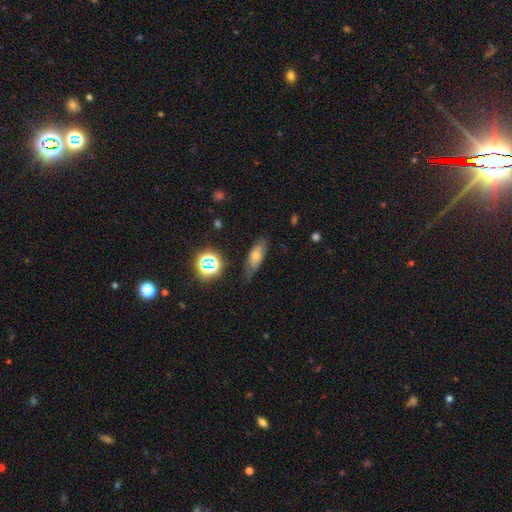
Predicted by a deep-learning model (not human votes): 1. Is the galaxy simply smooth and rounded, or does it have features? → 65% smooth, 22% featured or disk, 13% star or artifact.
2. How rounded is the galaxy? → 71% in between, 23% cigar-shaped, 6% round.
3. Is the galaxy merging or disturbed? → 63% none, 28% minor disturbance, 7% major disturbance, 2% merger.